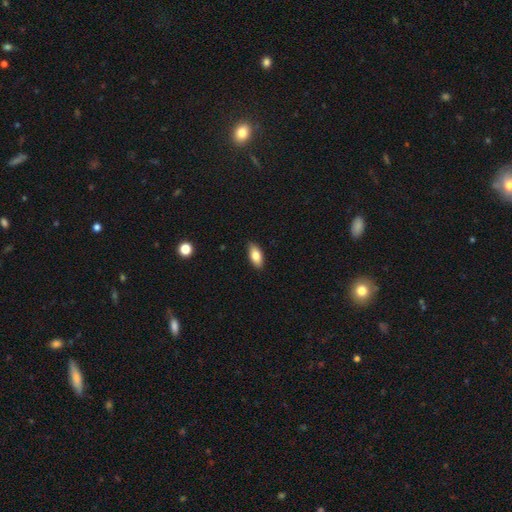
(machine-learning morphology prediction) smooth_or_featured: smooth (p=0.80) [alt: featured or disk p=0.13]
how_rounded: in between (p=0.88) [alt: cigar-shaped p=0.09]
merging: none (p=0.87) [alt: minor disturbance p=0.10]